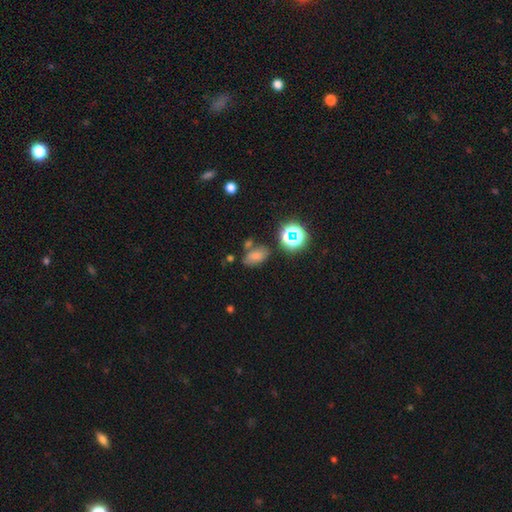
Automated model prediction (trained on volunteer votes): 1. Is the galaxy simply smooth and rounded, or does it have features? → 69% smooth, 21% star or artifact, 11% featured or disk.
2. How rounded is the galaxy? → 86% in between, 11% round, 3% cigar-shaped.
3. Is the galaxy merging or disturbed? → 65% none, 17% minor disturbance, 12% merger, 6% major disturbance.